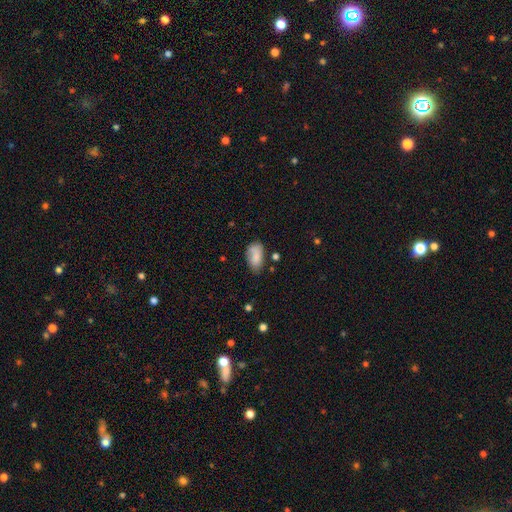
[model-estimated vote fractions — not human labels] Smooth or featured? smooth (79%)
How rounded? in between (92%)
Merging? none (58%)